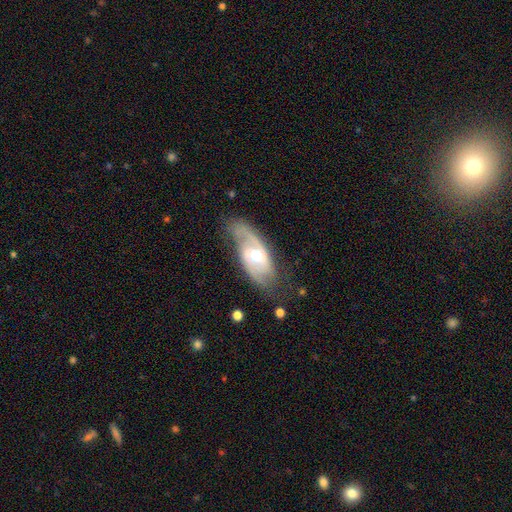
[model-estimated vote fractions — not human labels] A featured or disk galaxy (81%) with no bar (62%), 2 (74%) medium (44%) spiral arms (90%) and a moderate central bulge (72%). Merging: none (64%).